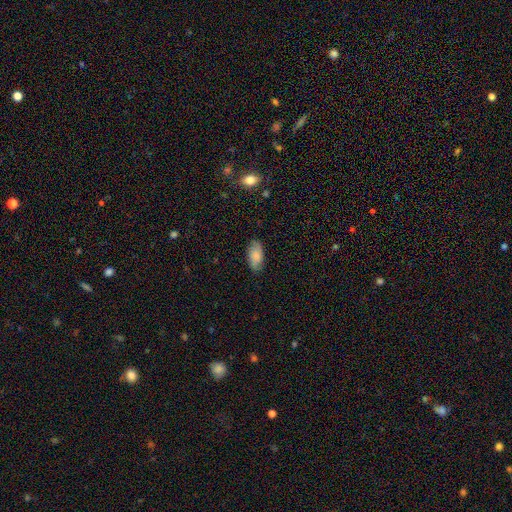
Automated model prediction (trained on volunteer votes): A smooth galaxy with no disk features (79%) that is in between round and cigar-shaped (93%).

Vote fractions:
- Smooth or featured? smooth: 79% / featured or disk: 14% / star or artifact: 7%
- How rounded? in between: 93% / cigar-shaped: 5% / round: 3%
- Merging? none: 82% / minor disturbance: 14% / major disturbance: 3% / merger: 1%